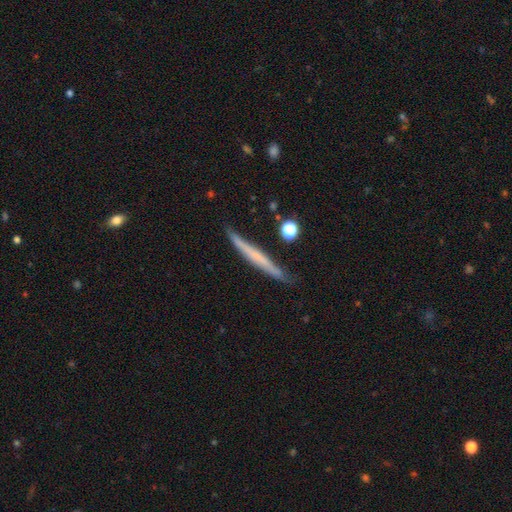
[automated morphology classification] This is possibly a featured or disk galaxy (50%). Merging: clearly none (80%).